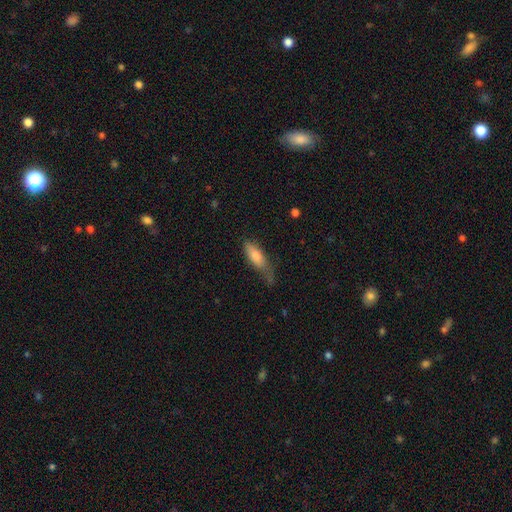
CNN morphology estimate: Smooth or featured: smooth — 76% (featured or disk — 17%)
How rounded: in between — 58% (cigar-shaped — 40%)
Merging: none — 46% (minor disturbance — 36%)